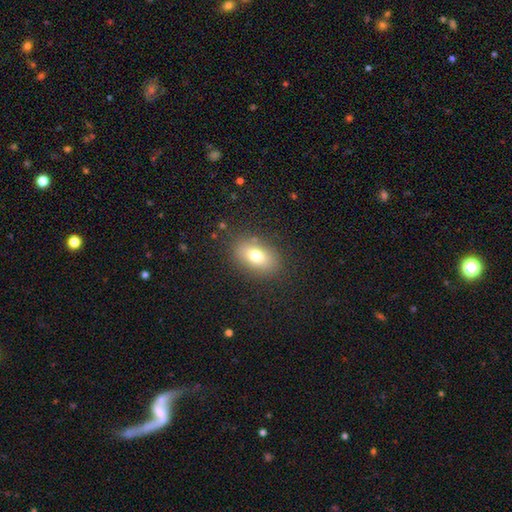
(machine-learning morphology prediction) This is likely a smooth galaxy (75%). How rounded: clearly in between (82%). Merging: clearly none (84%).